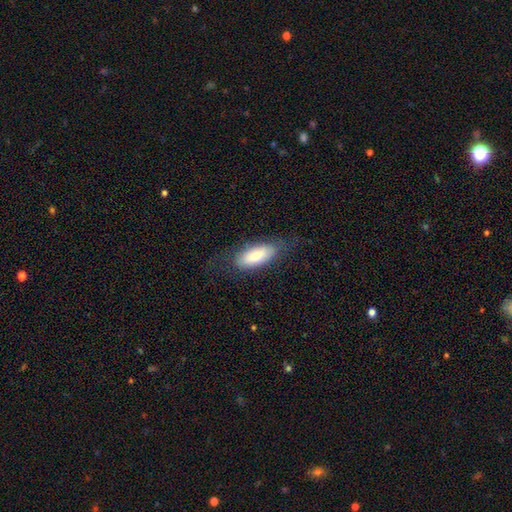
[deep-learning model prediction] The model was most divided on "smooth or featured": smooth: 67%, featured or disk: 26%, star or artifact: 7%. More confident: how rounded — in between (81%); merging — none (71%).